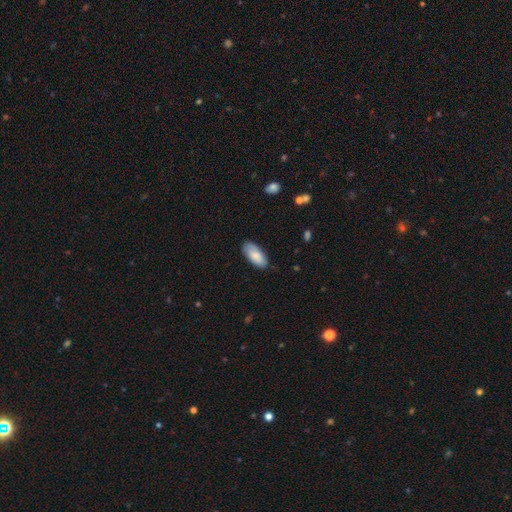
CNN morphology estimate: type=smooth (79%); roundness=in between (91%); merging=none (80%).